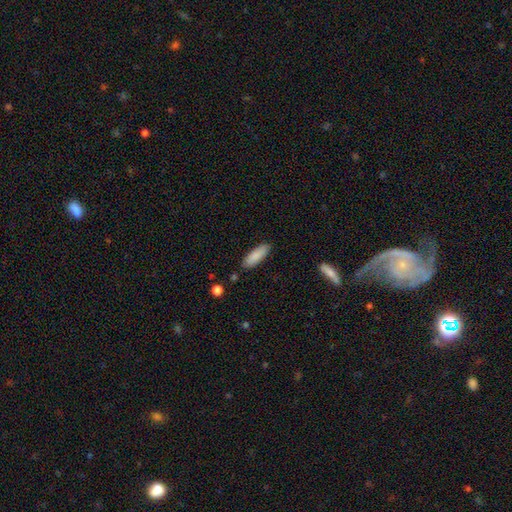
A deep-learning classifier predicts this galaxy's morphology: Smooth or featured?
  - smooth: 87% *
  - featured or disk: 7%
  - star or artifact: 6%
How rounded?
  - in between: 61% *
  - cigar-shaped: 38%
  - round: 1%
Merging?
  - none: 86% *
  - minor disturbance: 10%
  - major disturbance: 2%
  - merger: 2%